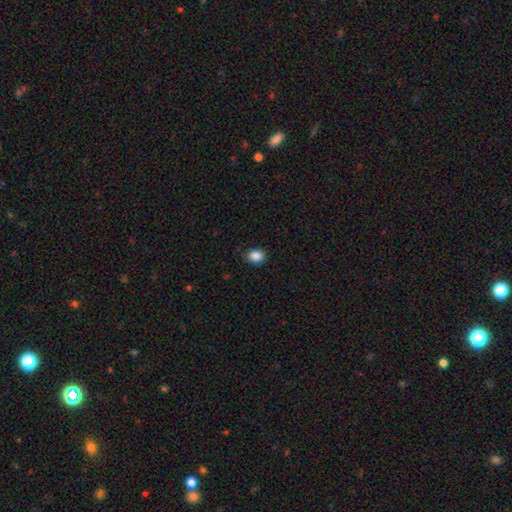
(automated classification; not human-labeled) Q: Smooth or featured?
A: smooth (87%); runner-up: star or artifact (10%)
Q: How rounded?
A: round (65%); runner-up: in between (34%)
Q: Merging?
A: none (84%); runner-up: minor disturbance (12%)